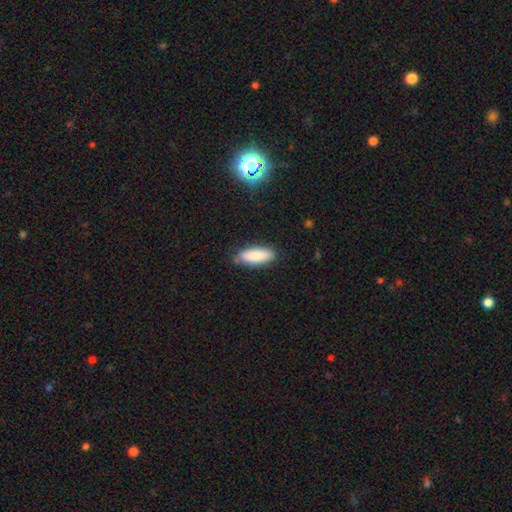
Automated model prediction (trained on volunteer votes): Smooth or featured?
  - smooth: 87% *
  - featured or disk: 7%
  - star or artifact: 6%
How rounded?
  - in between: 70% *
  - cigar-shaped: 29%
  - round: 2%
Merging?
  - none: 82% *
  - minor disturbance: 14%
  - major disturbance: 3%
  - merger: 1%